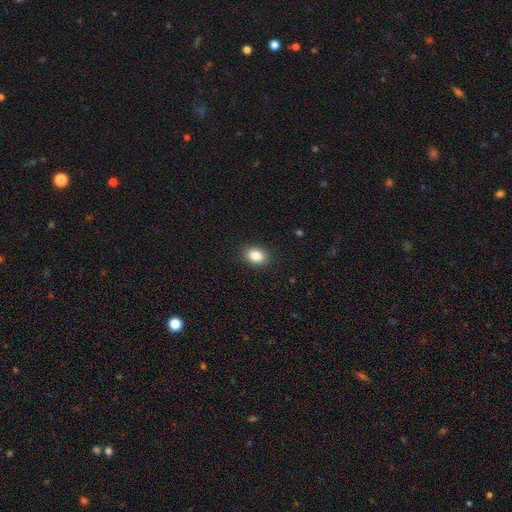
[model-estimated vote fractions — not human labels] smooth_or_featured: smooth (p=0.85) [alt: star or artifact p=0.09]
how_rounded: in between (p=0.70) [alt: round p=0.29]
merging: none (p=0.89) [alt: minor disturbance p=0.08]